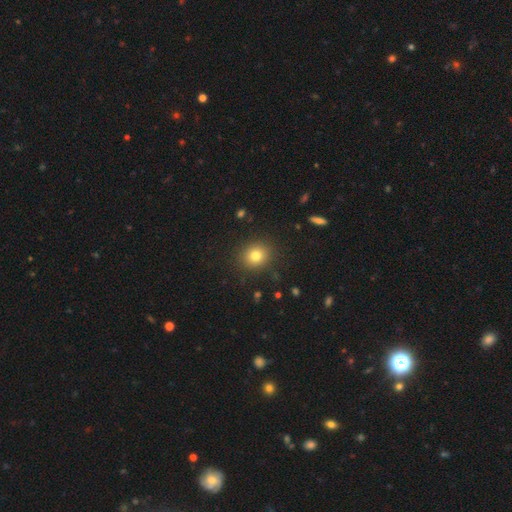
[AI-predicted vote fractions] Morphology: type=smooth (79%); roundness=round (77%); merging=none (89%).